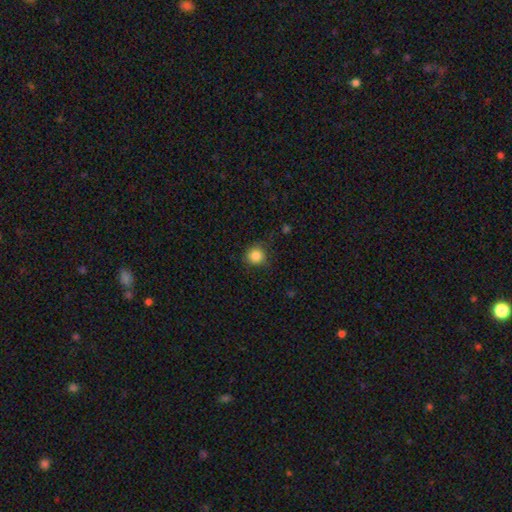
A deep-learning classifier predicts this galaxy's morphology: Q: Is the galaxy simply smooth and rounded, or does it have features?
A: smooth — 86%.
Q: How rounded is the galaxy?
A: round — 91%.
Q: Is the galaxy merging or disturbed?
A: none — 77%.